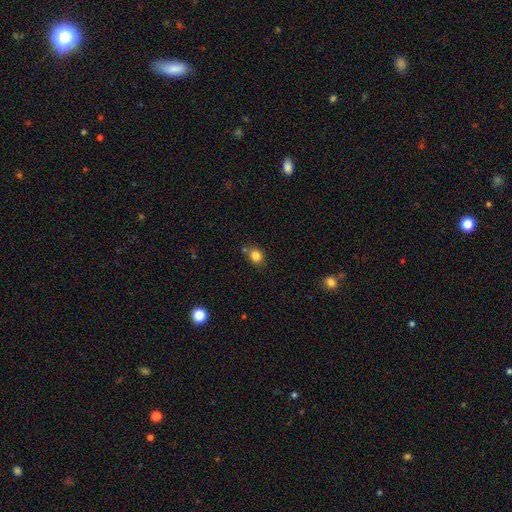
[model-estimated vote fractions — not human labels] This is clearly a smooth galaxy (83%). How rounded: likely round (65%). Merging: likely none (71%).